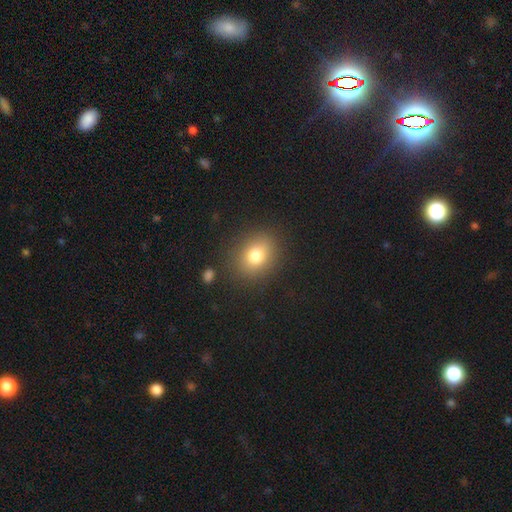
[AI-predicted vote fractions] Q: Smooth or featured?
A: smooth (79%); runner-up: star or artifact (11%)
Q: How rounded?
A: round (53%); runner-up: in between (46%)
Q: Merging?
A: none (84%); runner-up: minor disturbance (10%)